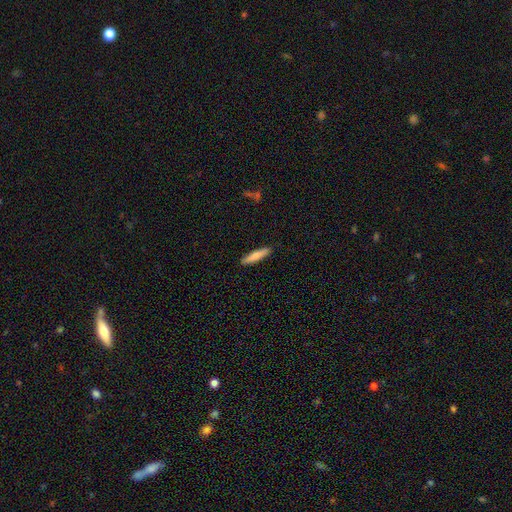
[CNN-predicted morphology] The model was most divided on "smooth or featured": smooth: 77%, featured or disk: 17%, star or artifact: 5%. More confident: merging — none (91%); how rounded — cigar-shaped (85%).